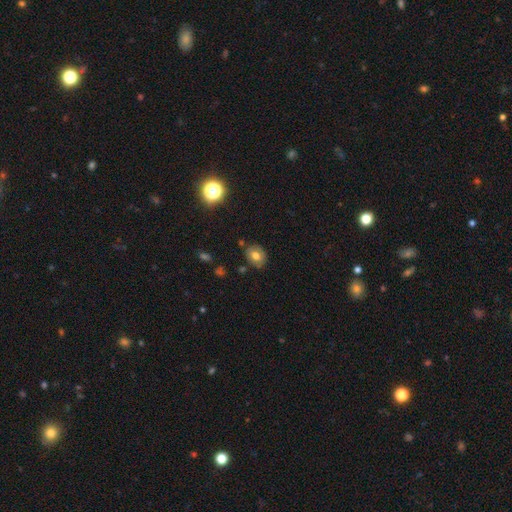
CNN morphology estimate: This is likely a smooth galaxy (66%). How rounded: possibly in between (53%). Merging: likely none (79%).